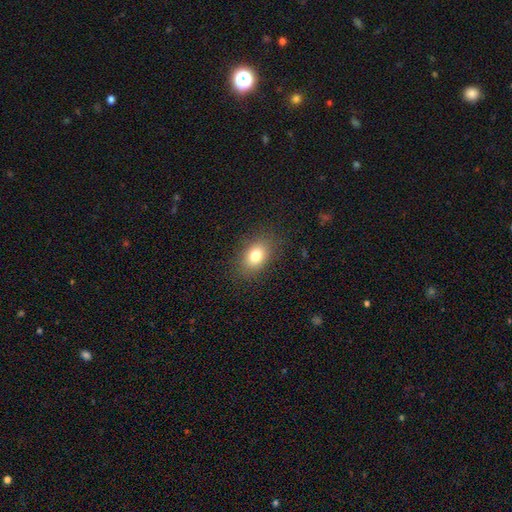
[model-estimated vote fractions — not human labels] smooth_or_featured: smooth (p=0.81) [alt: star or artifact p=0.10]
how_rounded: in between (p=0.80) [alt: round p=0.18]
merging: none (p=0.86) [alt: minor disturbance p=0.10]